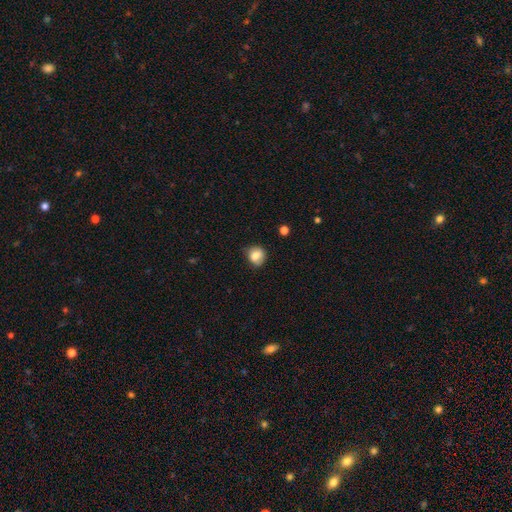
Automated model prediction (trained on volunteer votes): A smooth galaxy with no disk features (79%) that is round (78%). Merging: none (70%).